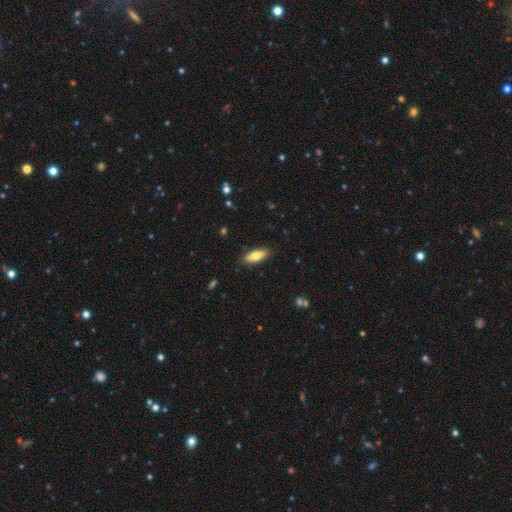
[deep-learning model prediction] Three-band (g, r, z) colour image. It shows a smooth galaxy with no disk features (73%) that is in between round and cigar-shaped (72%). Merging: none (87%).